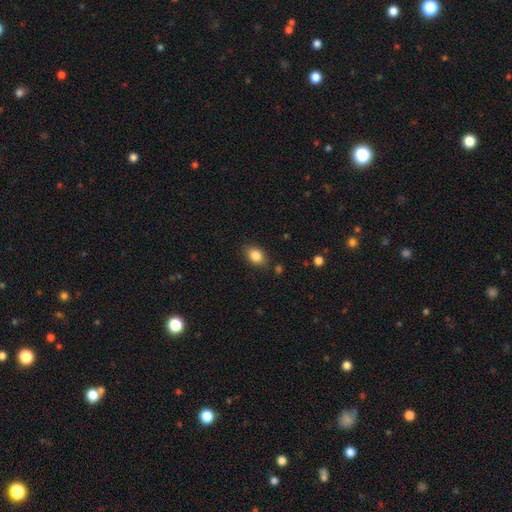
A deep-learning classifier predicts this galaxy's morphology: Overall: smooth (85%). How rounded: in between (80%). Merging: none (82%).